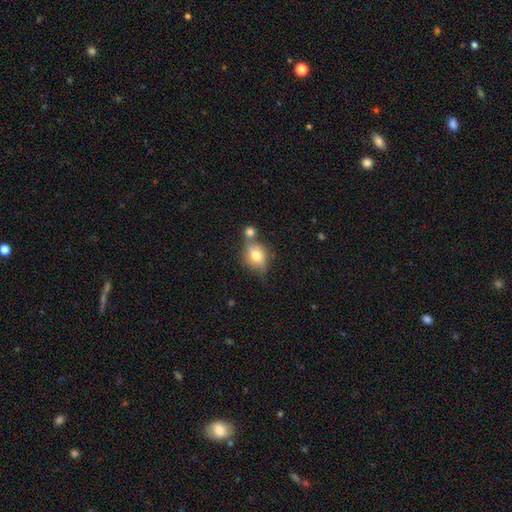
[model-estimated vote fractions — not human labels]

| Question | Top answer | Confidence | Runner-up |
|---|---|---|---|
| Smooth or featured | smooth | 73% | featured or disk (17%) |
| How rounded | round | 49% | tied: in between (49%) |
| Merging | none | 48% | merger (30%) |